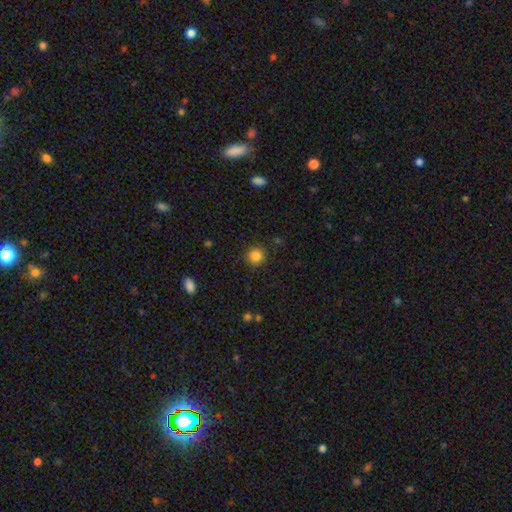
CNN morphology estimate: A smooth galaxy with no disk features (84%) that is round (92%).

Vote fractions:
- Smooth or featured? smooth: 84% / star or artifact: 11% / featured or disk: 5%
- How rounded? round: 92% / in between: 7% / cigar-shaped: 1%
- Merging? none: 90% / minor disturbance: 7% / major disturbance: 2% / merger: 1%